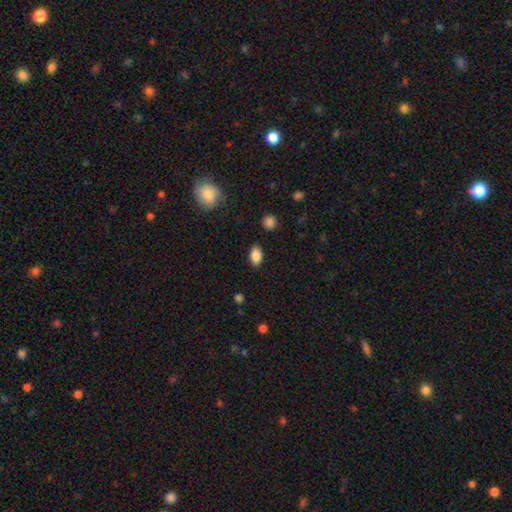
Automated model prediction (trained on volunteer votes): The model was most divided on "smooth or featured": smooth: 86%, star or artifact: 9%, featured or disk: 5%. More confident: how rounded — in between (89%); merging — none (87%).